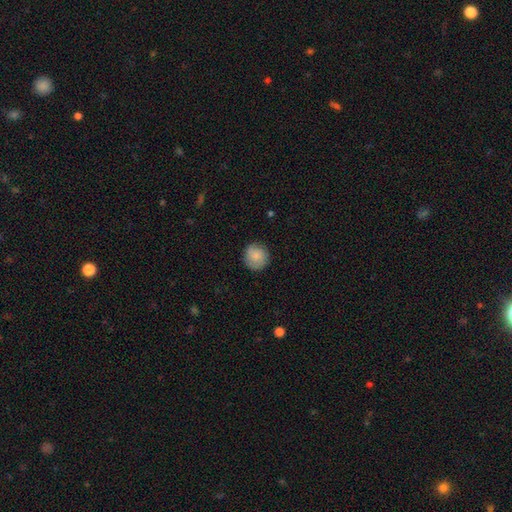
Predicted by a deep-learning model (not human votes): Smooth or featured? smooth (81%)
How rounded? round (92%)
Merging? none (85%)